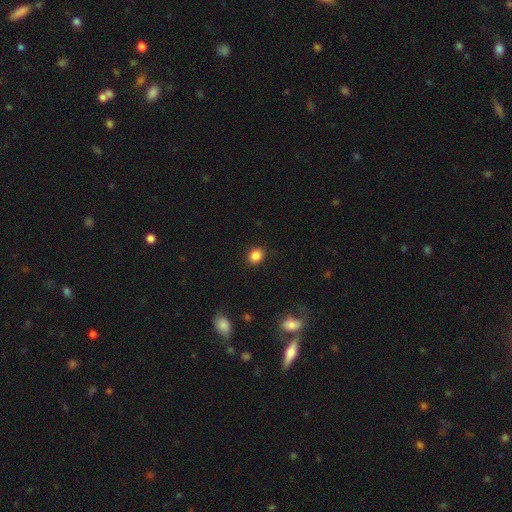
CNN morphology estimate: Smooth or featured: smooth — 86% (star or artifact — 10%)
How rounded: round — 69% (in between — 30%)
Merging: none — 88% (minor disturbance — 8%)